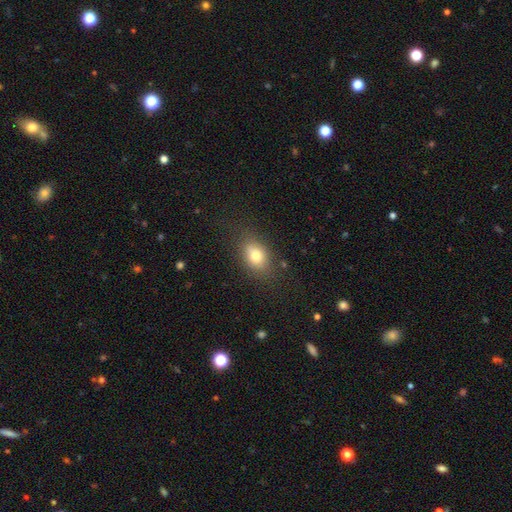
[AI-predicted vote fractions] This appears to be a smooth galaxy with no disk features (77%) that is in between round and cigar-shaped (73%). Merging: none (77%).